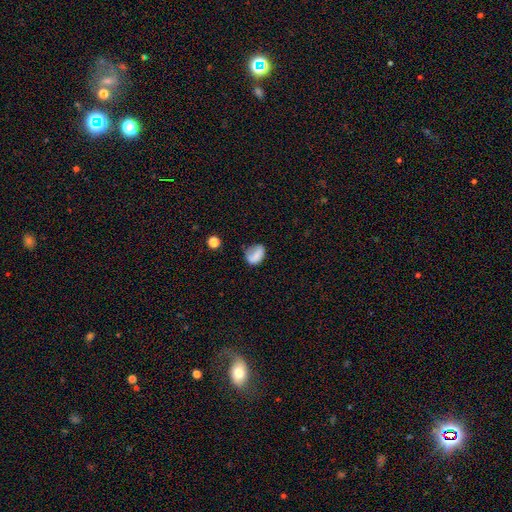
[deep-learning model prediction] A smooth galaxy with no disk features (75%) that is in between round and cigar-shaped (67%).

Vote fractions:
- Smooth or featured? smooth: 75% / featured or disk: 15% / star or artifact: 10%
- How rounded? in between: 67% / round: 31% / cigar-shaped: 2%
- Merging? none: 46% / minor disturbance: 31% / major disturbance: 19% / merger: 4%